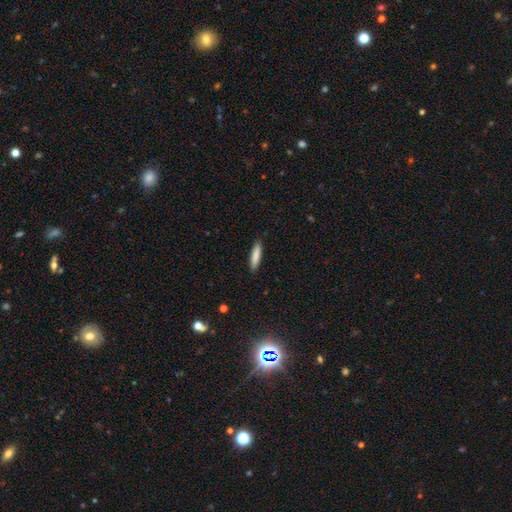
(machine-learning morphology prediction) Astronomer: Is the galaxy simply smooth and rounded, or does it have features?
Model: smooth — 85%.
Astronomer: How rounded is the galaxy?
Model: cigar-shaped — 82%.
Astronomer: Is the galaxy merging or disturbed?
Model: none — 90%.